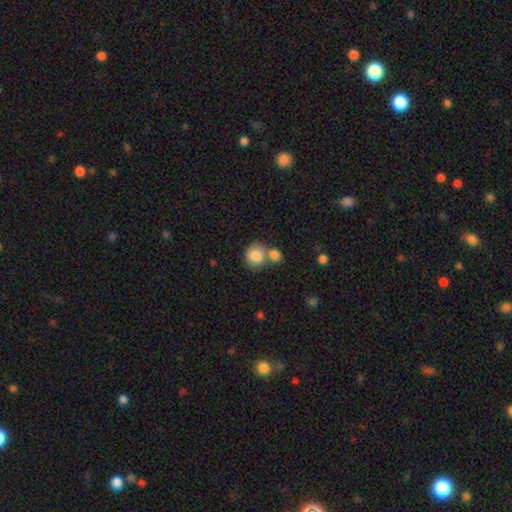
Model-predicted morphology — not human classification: Q: Smooth or featured?
A: smooth (85%); runner-up: star or artifact (8%)
Q: How rounded?
A: round (81%); runner-up: in between (18%)
Q: Merging?
A: none (44%); runner-up: merger (43%)